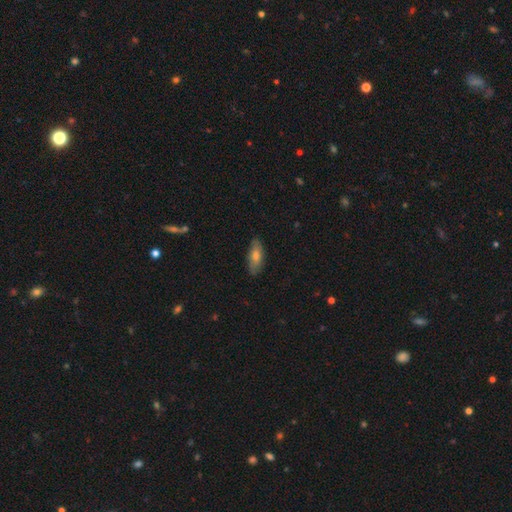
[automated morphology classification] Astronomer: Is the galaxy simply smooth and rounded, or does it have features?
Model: smooth — 62%.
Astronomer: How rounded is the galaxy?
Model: in between — 70%.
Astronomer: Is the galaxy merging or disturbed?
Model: none — 83%.